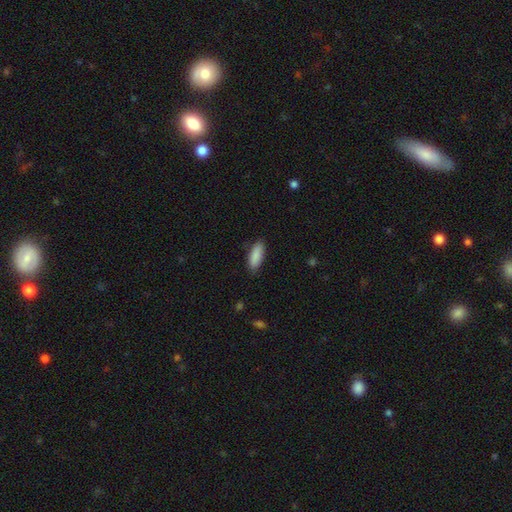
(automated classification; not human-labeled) This is clearly a smooth galaxy (89%). How rounded: likely in between (69%). Merging: clearly none (86%).